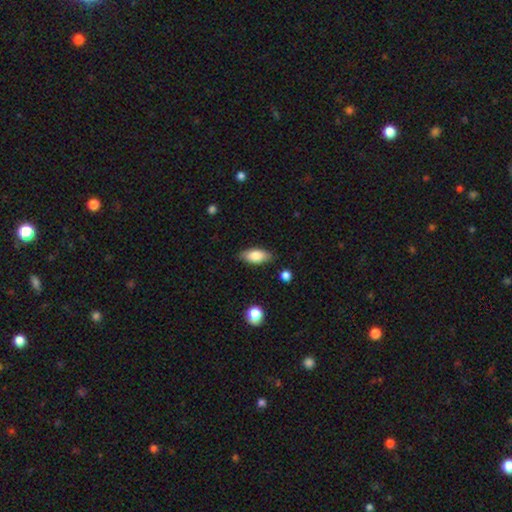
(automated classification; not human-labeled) Q: Smooth or featured?
A: smooth (81%); runner-up: featured or disk (13%)
Q: How rounded?
A: in between (87%); runner-up: cigar-shaped (10%)
Q: Merging?
A: none (83%); runner-up: minor disturbance (13%)